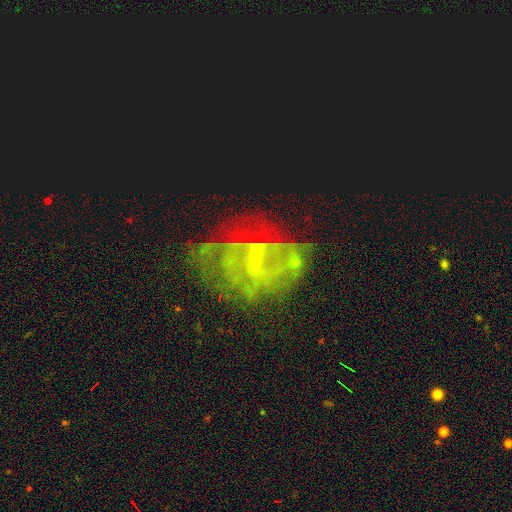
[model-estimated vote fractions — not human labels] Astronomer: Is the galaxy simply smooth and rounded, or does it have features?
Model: featured or disk — 53% (runner-up: star or artifact, 34%).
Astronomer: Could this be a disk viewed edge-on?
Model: no — 96%.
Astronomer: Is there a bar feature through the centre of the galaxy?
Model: weak — 42% (runner-up: no, 40%).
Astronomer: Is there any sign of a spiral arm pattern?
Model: yes — 56% (runner-up: no, 44%).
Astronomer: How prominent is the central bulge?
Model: small — 53%.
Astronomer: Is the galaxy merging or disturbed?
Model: none — 55%.